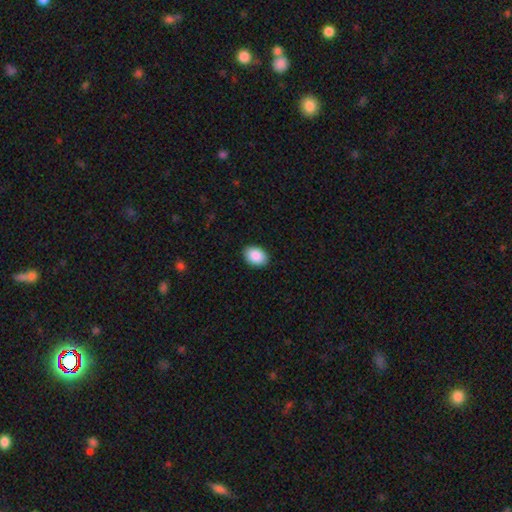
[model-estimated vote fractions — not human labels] Morphology: type=smooth (89%); roundness=in between (80%); merging=none (90%).